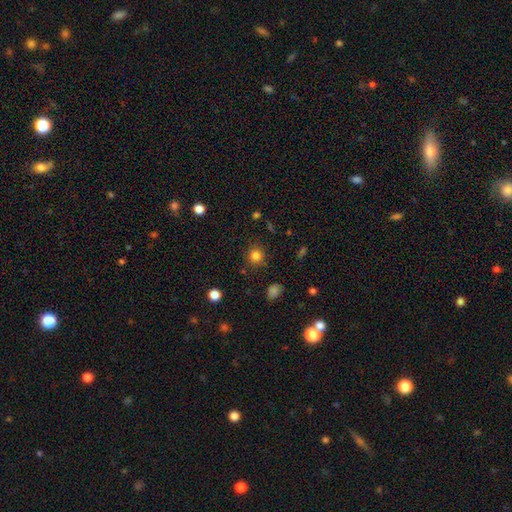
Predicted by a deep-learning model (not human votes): Overall: smooth (81%). How rounded: round (90%). Merging: none (87%).